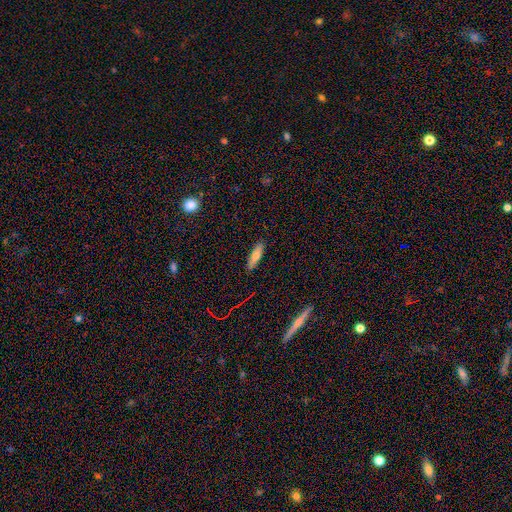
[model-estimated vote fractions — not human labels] Q: Smooth or featured?
A: smooth (73%); runner-up: featured or disk (18%)
Q: How rounded?
A: cigar-shaped (59%); runner-up: in between (39%)
Q: Merging?
A: none (88%); runner-up: minor disturbance (9%)